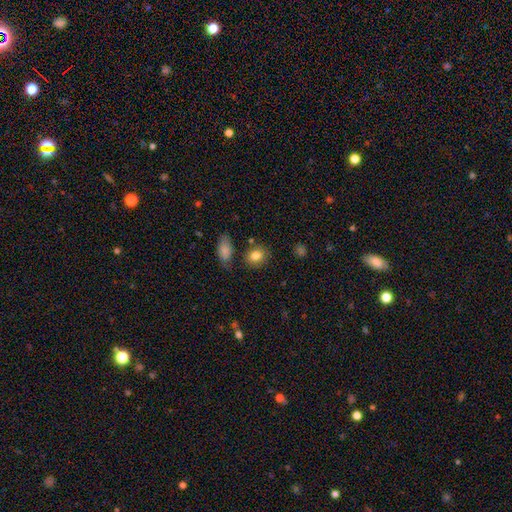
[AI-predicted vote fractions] This is clearly a smooth galaxy (83%). How rounded: likely round (63%). Merging: likely none (78%).